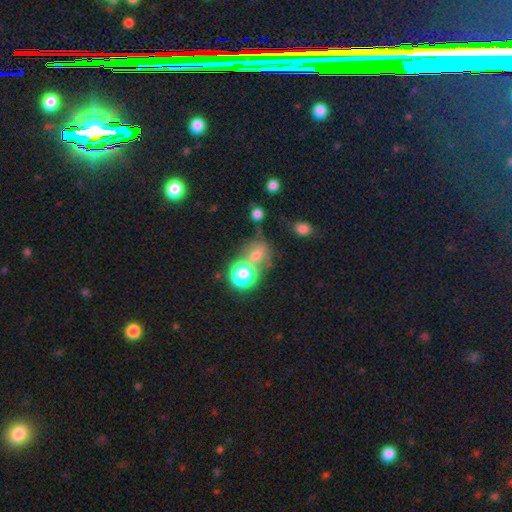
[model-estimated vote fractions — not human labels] smooth_or_featured: smooth (p=0.58) [alt: star or artifact p=0.29]
how_rounded: round (p=0.67) [alt: in between p=0.32]
merging: none (p=0.52) [alt: merger p=0.27]